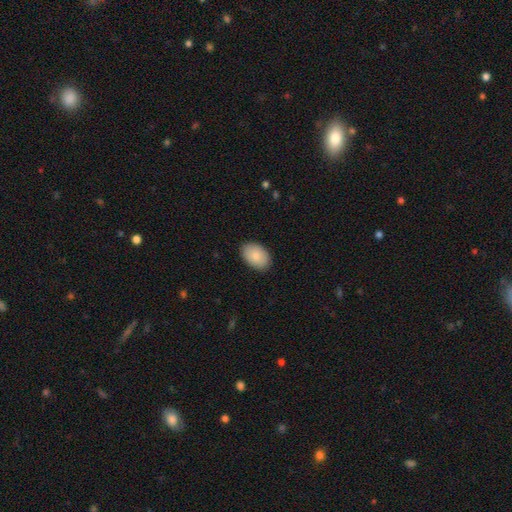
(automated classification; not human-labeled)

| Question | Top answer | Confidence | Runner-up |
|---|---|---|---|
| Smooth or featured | smooth | 84% | featured or disk (10%) |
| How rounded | in between | 88% | round (11%) |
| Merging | none | 88% | minor disturbance (9%) |